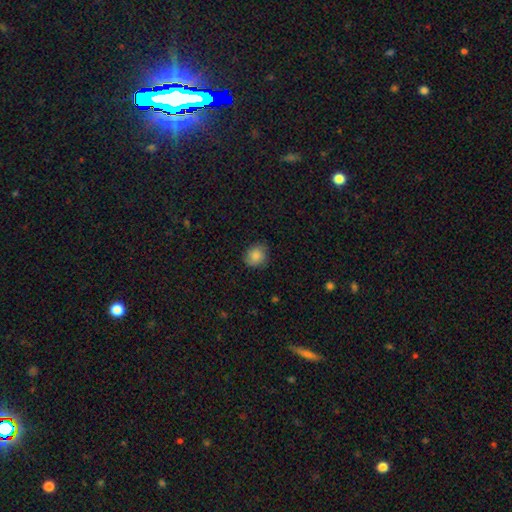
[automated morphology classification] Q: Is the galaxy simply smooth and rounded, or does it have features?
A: smooth — 86%.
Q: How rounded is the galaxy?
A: round — 77%.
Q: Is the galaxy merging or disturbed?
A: none — 82%.